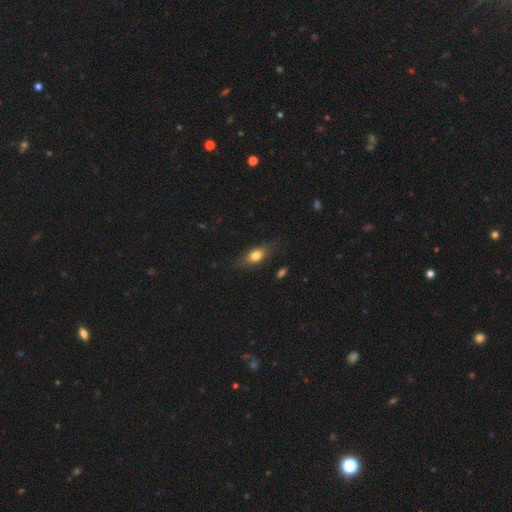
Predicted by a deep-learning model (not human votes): This appears to be a smooth galaxy with no disk features (71%) that is in between round and cigar-shaped (75%). Merging: none (74%).